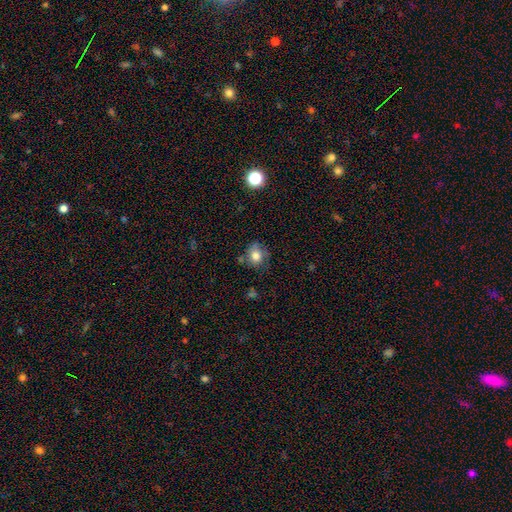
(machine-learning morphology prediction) This appears to be a smooth galaxy with no disk features (75%) that is round (74%). Merging: none (63%).